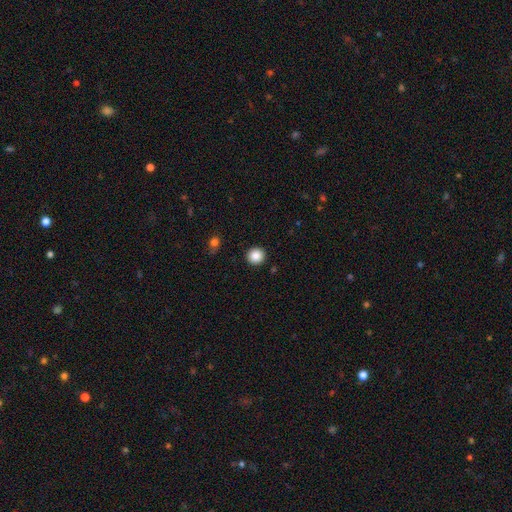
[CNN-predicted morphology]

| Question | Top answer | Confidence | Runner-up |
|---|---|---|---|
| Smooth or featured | smooth | 87% | star or artifact (9%) |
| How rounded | round | 94% | in between (5%) |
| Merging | none | 93% | minor disturbance (5%) |